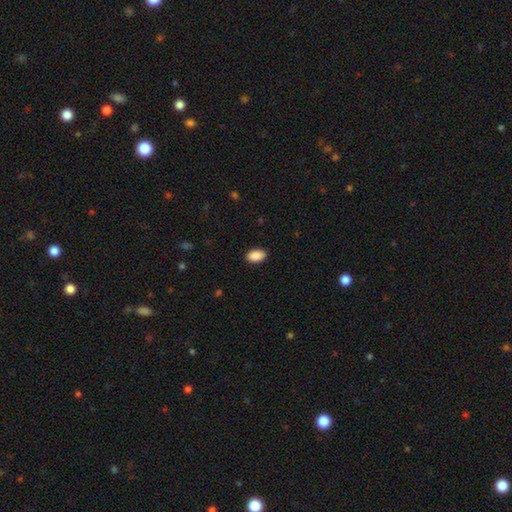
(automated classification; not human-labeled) Smooth or featured?
  - smooth: 90% *
  - star or artifact: 7%
  - featured or disk: 3%
How rounded?
  - in between: 93% *
  - round: 6%
  - cigar-shaped: 1%
Merging?
  - none: 89% *
  - minor disturbance: 8%
  - major disturbance: 2%
  - merger: 1%